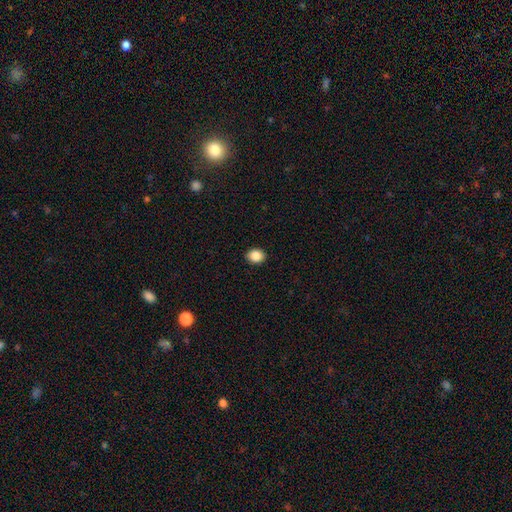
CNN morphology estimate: smooth-or-featured: smooth: 87% | star or artifact: 9% | featured or disk: 4%
  how-rounded: round: 55% | in between: 44% | cigar-shaped: 1%
  merging: none: 91% | minor disturbance: 7% | major disturbance: 2% | merger: 1%